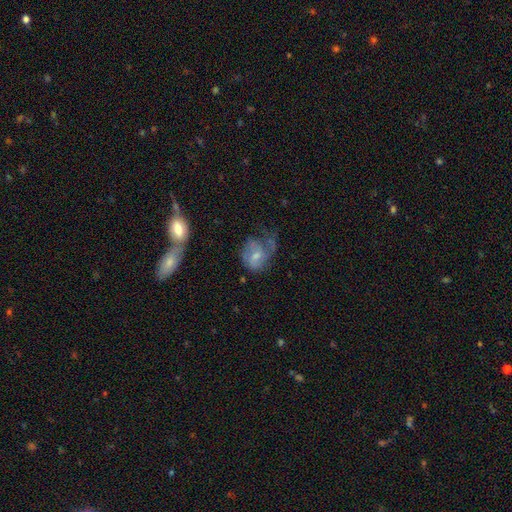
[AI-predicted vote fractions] smooth-or-featured: featured or disk: 51% | smooth: 41% | star or artifact: 8%
  disk-edge-on: no: 97% | yes: 3%
  merging: major disturbance: 41% | none: 28% | minor disturbance: 26% | merger: 5%